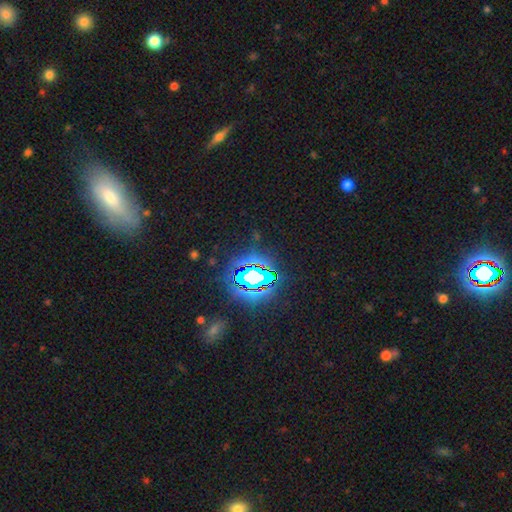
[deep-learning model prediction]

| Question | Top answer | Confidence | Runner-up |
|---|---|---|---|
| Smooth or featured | star or artifact | 78% | smooth (12%) |